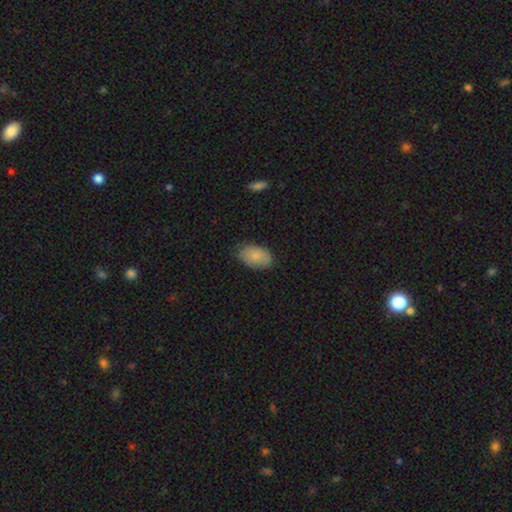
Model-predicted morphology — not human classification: The model was most divided on "merging": none: 77%, minor disturbance: 19%, major disturbance: 3%, merger: 1%. More confident: how rounded — in between (93%); smooth or featured — smooth (85%).